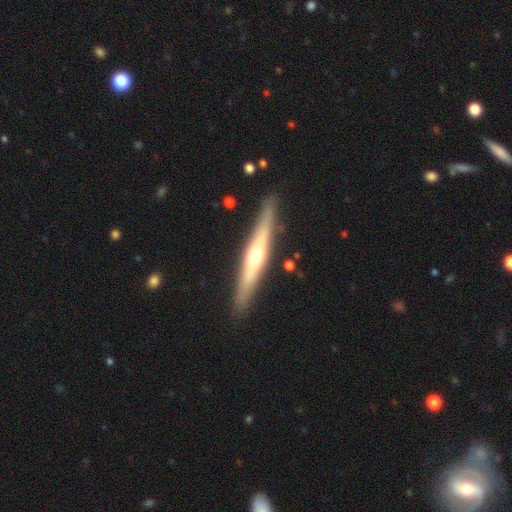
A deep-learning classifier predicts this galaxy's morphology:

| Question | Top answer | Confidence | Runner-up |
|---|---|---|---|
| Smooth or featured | featured or disk | 65% | smooth (30%) |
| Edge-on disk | yes | 94% | no (6%) |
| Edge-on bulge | rounded | 82% | none (12%) |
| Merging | none | 88% | minor disturbance (8%) |